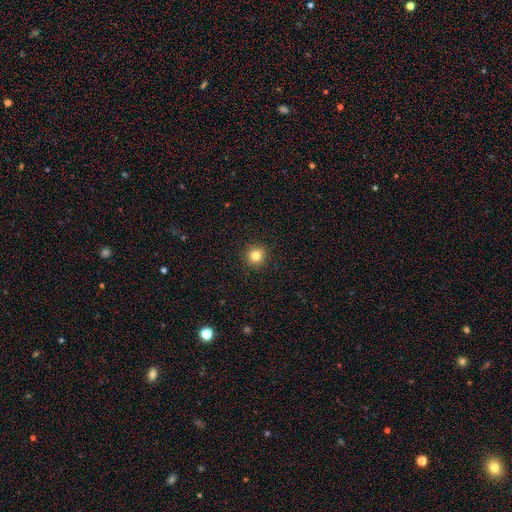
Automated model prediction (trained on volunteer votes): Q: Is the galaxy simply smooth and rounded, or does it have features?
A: smooth — 82%.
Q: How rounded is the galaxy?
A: round — 93%.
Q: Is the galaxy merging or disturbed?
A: none — 92%.